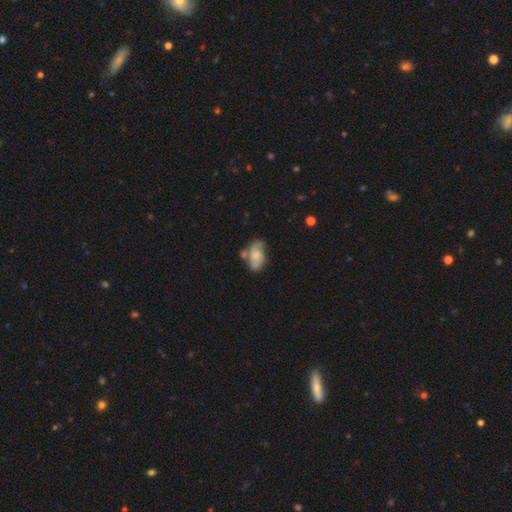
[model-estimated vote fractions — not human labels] The model was most divided on "bulge size" (2-way tie): moderate: 35%, small: 35%, none: 19%, large: 10%, dominant: 2%. Remaining: edge-on disk — no (96%); spiral arms — yes (80%); bar — no (70%); smooth or featured — featured or disk (56%); merging — none (46%).